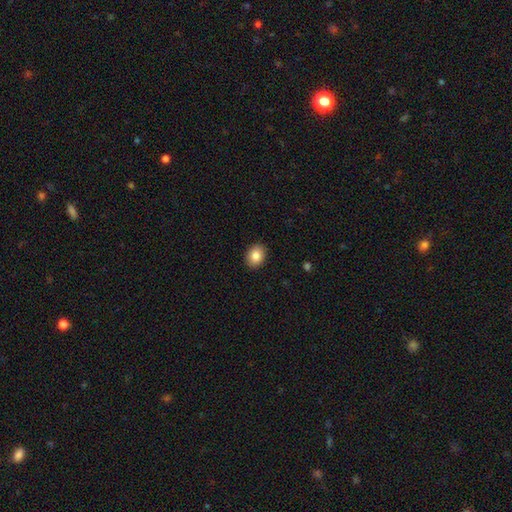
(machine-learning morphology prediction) Smooth or featured?
  - smooth: 85% *
  - star or artifact: 8%
  - featured or disk: 7%
How rounded?
  - in between: 59% *
  - round: 40%
  - cigar-shaped: 1%
Merging?
  - none: 91% *
  - minor disturbance: 7%
  - major disturbance: 2%
  - merger: 1%